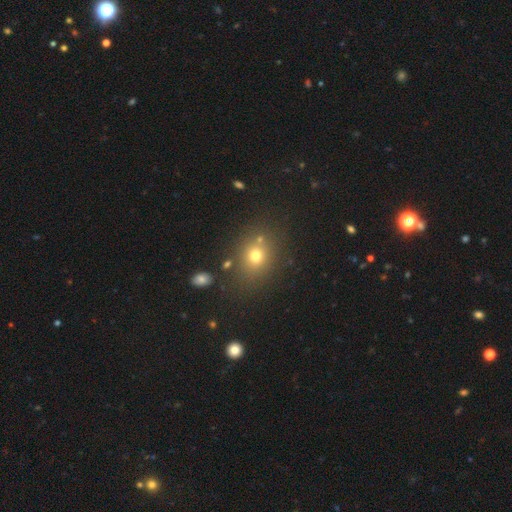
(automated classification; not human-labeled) Overall: smooth (69%). How rounded: round (62%; in between 37%). Merging: none (77%).